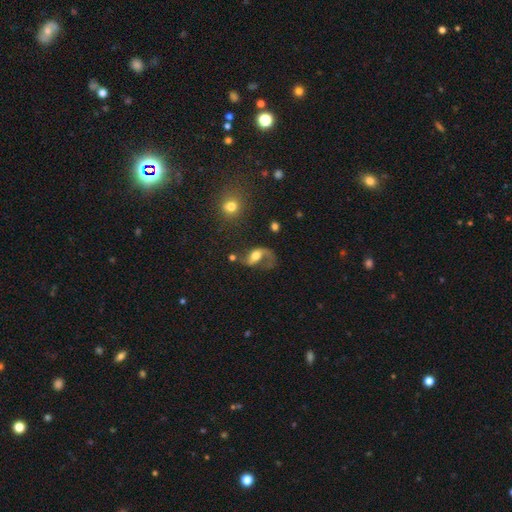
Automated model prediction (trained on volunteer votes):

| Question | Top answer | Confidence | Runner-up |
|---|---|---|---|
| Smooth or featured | featured or disk | 66% | smooth (26%) |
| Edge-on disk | no | 95% | yes (5%) |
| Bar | no | 51% | weak (34%) |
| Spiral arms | yes | 84% | no (16%) |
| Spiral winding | loose | 72% | medium (22%) |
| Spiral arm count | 2 | 58% | 1 (37%) |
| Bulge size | moderate | 54% | large (27%) |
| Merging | major disturbance | 43% | none (33%) |